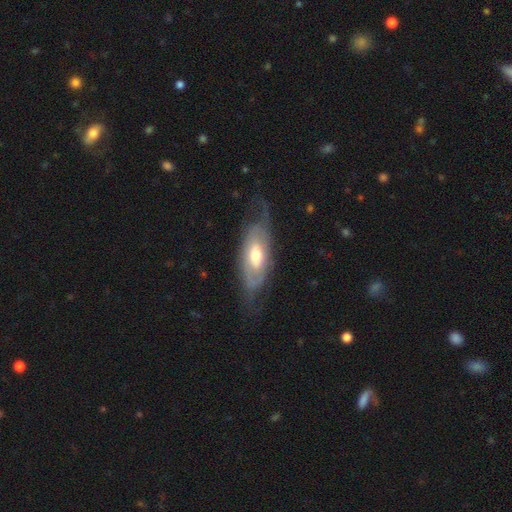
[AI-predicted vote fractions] A featured or disk galaxy (70%) with no bar (60%), spiral arms (75%) and a moderate central bulge (69%). Merging: none (59%).